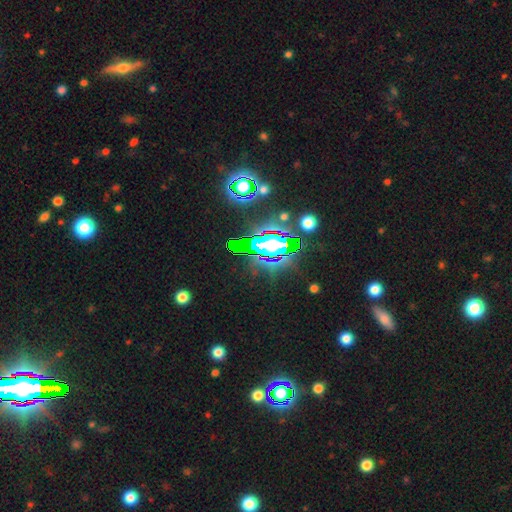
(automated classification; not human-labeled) The model was most divided on "smooth or featured": star or artifact: 84%, smooth: 9%, featured or disk: 7%.